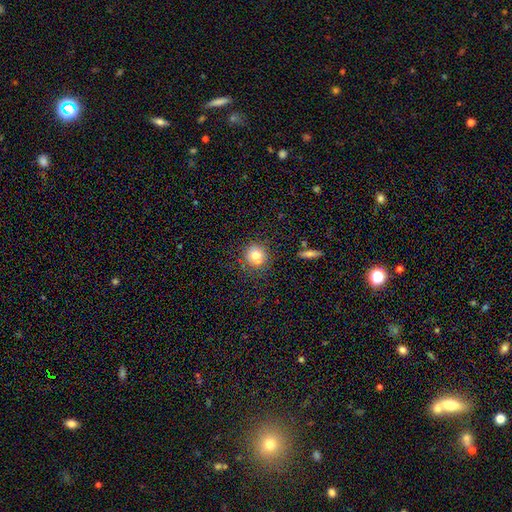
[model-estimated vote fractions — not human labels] Morphology: type=smooth (76%); roundness=round (91%); merging=none (81%).